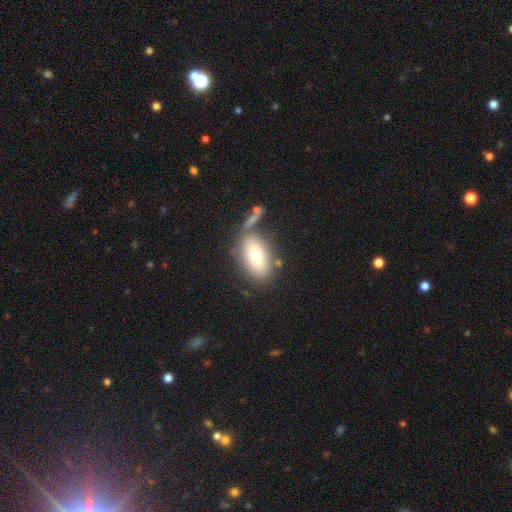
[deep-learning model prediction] smooth-or-featured: smooth: 75% | featured or disk: 18% | star or artifact: 8%
  how-rounded: in between: 90% | round: 6% | cigar-shaped: 4%
  merging: none: 66% | merger: 14% | minor disturbance: 14% | major disturbance: 6%